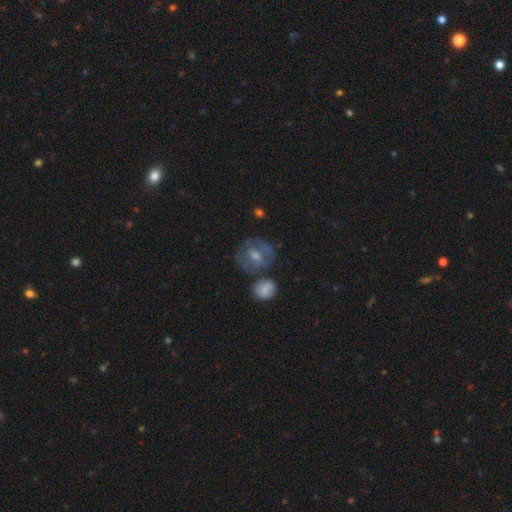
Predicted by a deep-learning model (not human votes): Smooth or featured: featured or disk — 51% (smooth — 37%)
Edge-on disk: no — 95% (yes — 5%)
Merging: none — 62% (minor disturbance — 16%)